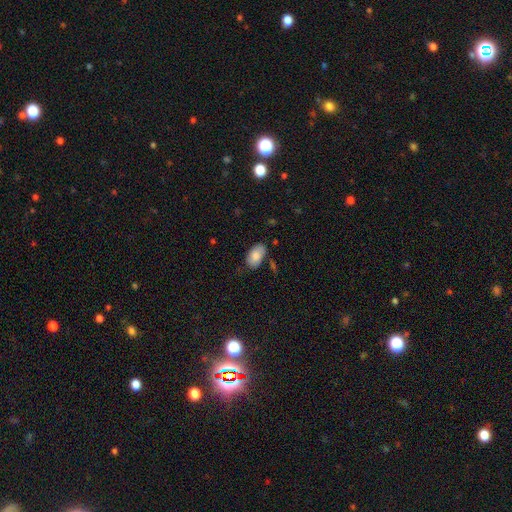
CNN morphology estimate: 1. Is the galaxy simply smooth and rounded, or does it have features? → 84% smooth, 10% featured or disk, 7% star or artifact.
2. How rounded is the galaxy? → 94% in between, 4% round, 2% cigar-shaped.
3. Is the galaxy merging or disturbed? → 71% none, 20% minor disturbance, 5% merger, 4% major disturbance.